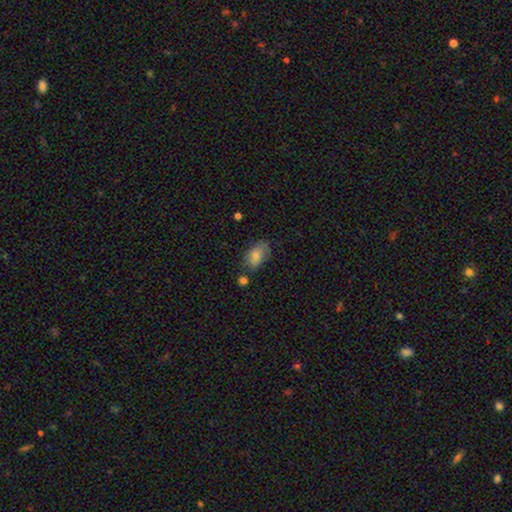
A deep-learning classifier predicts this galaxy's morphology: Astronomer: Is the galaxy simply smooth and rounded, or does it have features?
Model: smooth — 78%.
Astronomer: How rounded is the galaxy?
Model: in between — 91%.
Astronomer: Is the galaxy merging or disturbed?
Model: none — 61%.